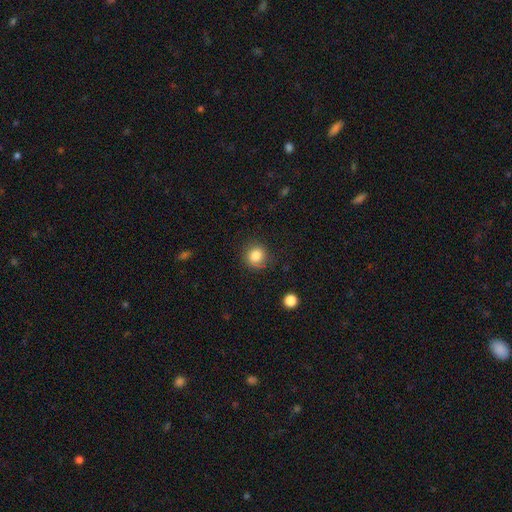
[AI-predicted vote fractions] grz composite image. It shows a smooth galaxy with no disk features (83%) that is round (87%). Merging: none (80%).